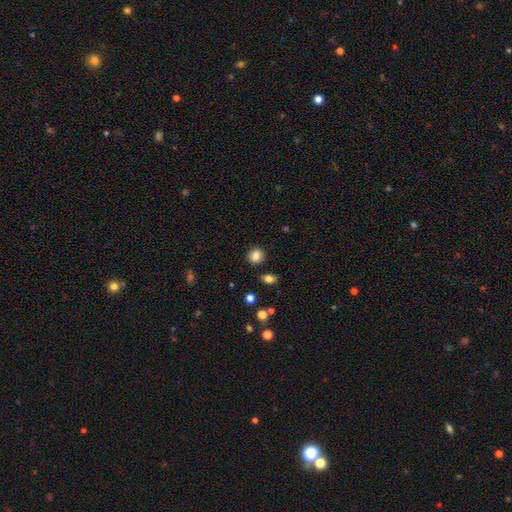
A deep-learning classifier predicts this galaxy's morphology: Overall: smooth (84%). How rounded: round (83%). Merging: none (87%).